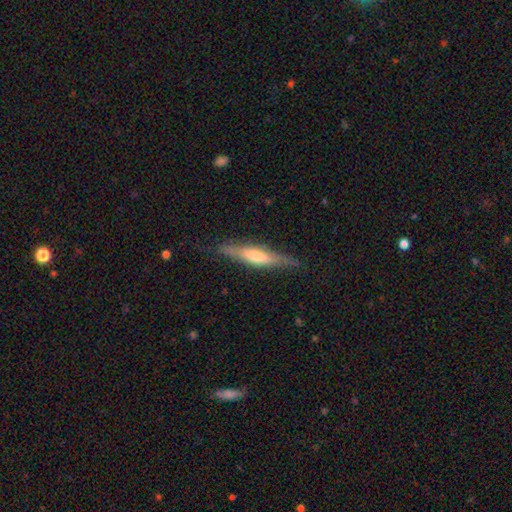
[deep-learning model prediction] smooth_or_featured: featured or disk (p=0.63) [alt: smooth p=0.30]
disk_edge_on: yes (p=0.93) [alt: no p=0.07]
edge_on_bulge: rounded (p=0.64) [alt: boxy p=0.21]
merging: none (p=0.83) [alt: minor disturbance p=0.13]